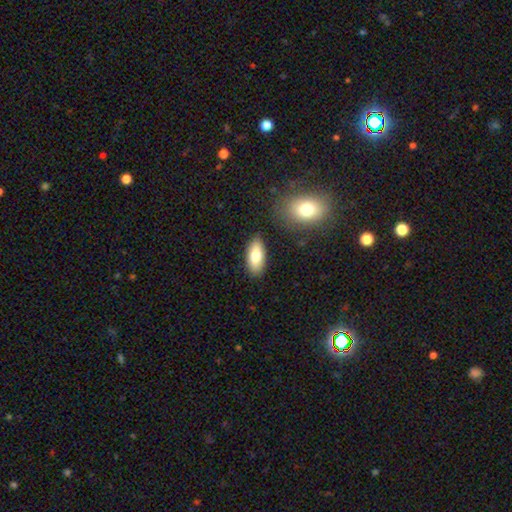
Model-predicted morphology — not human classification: type=smooth (79%); roundness=in between (85%); merging=none (84%).